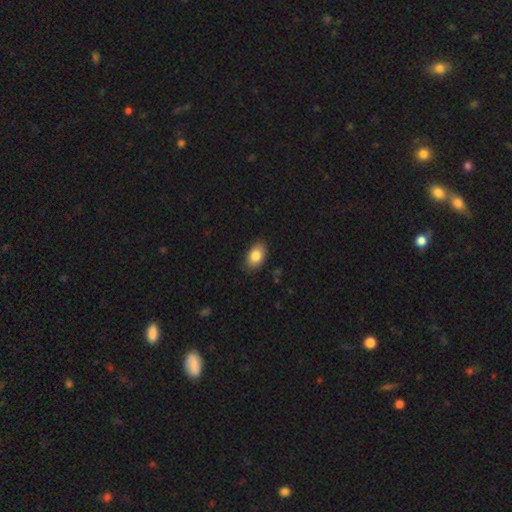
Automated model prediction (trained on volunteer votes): Overall: smooth (85%). How rounded: in between (90%). Merging: none (85%).